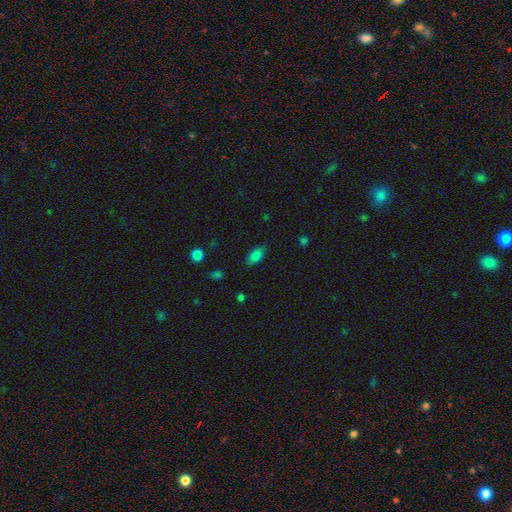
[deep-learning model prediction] smooth-or-featured: smooth: 80% | star or artifact: 11% | featured or disk: 9%
  how-rounded: in between: 87% | cigar-shaped: 8% | round: 5%
  merging: none: 82% | minor disturbance: 13% | major disturbance: 3% | merger: 1%